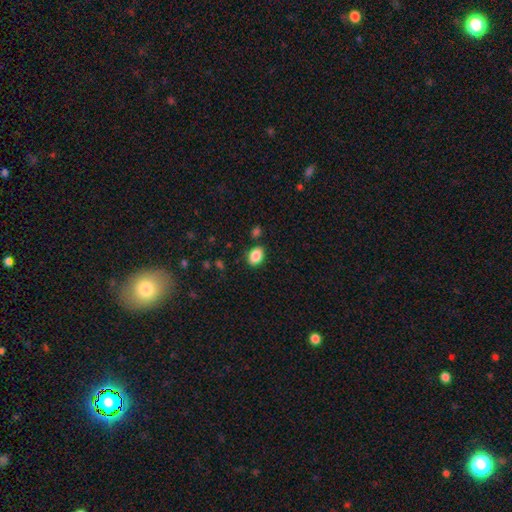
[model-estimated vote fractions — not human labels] Q: Smooth or featured?
A: smooth (86%); runner-up: star or artifact (8%)
Q: How rounded?
A: in between (76%); runner-up: round (23%)
Q: Merging?
A: none (83%); runner-up: minor disturbance (11%)